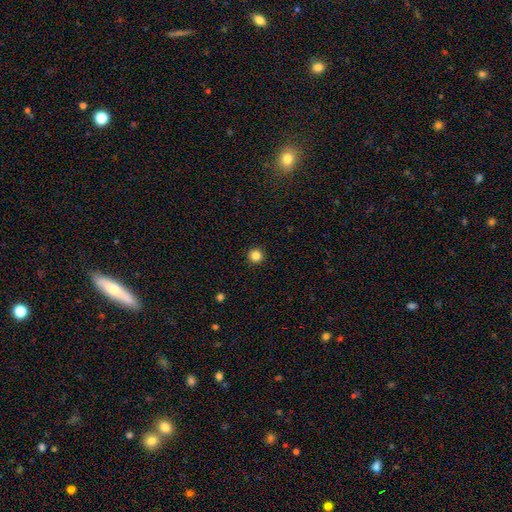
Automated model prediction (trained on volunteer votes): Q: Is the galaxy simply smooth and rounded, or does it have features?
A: smooth — 84%.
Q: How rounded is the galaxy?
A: round — 96%.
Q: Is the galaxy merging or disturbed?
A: none — 94%.